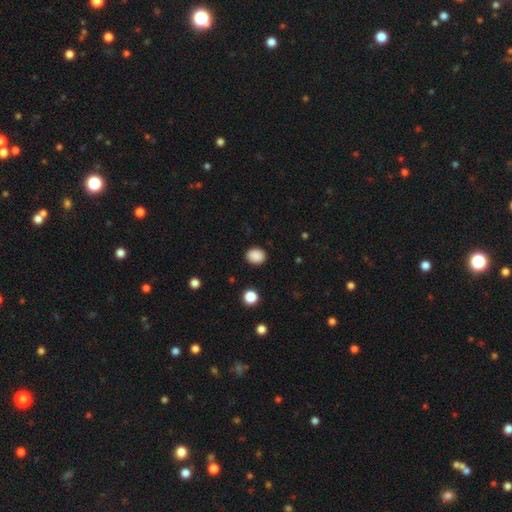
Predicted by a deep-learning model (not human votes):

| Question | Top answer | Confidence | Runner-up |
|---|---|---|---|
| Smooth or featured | smooth | 88% | star or artifact (9%) |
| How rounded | round | 53% | in between (46%) |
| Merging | none | 89% | minor disturbance (7%) |